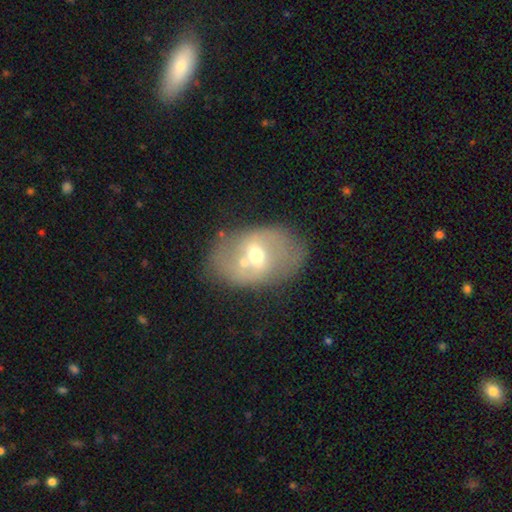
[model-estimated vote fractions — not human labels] smooth_or_featured: featured or disk (p=0.57) [alt: smooth p=0.34]
disk_edge_on: no (p=0.93) [alt: yes p=0.07]
bar: weak (p=0.42) [alt: no p=0.32]
has_spiral_arms: no (p=0.64) [alt: yes p=0.36]
bulge_size: moderate (p=0.68) [alt: small p=0.23]
merging: none (p=0.60) [alt: minor disturbance p=0.17]